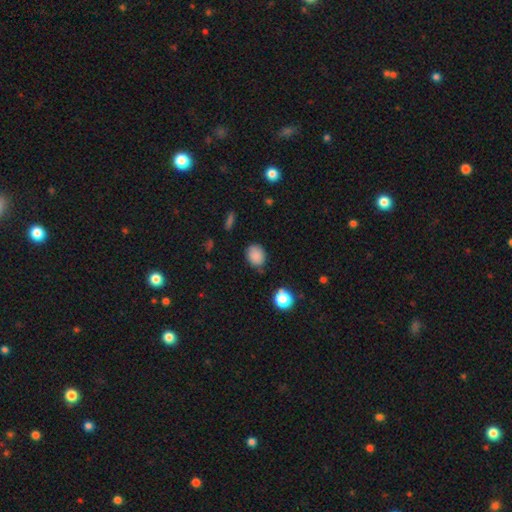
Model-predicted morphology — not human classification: Smooth or featured?
  - smooth: 86% *
  - star or artifact: 10%
  - featured or disk: 4%
How rounded?
  - round: 50% *
  - in between: 49%
  - cigar-shaped: 1%
Merging?
  - none: 75% *
  - minor disturbance: 19%
  - major disturbance: 4%
  - merger: 3%